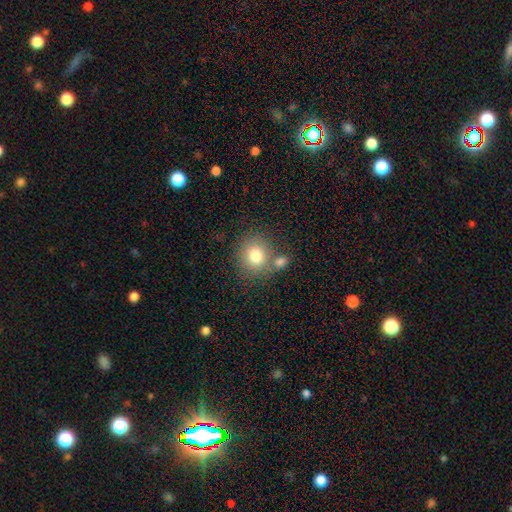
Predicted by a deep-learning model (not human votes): This appears to be a smooth galaxy with no disk features (78%) that is round (80%). Merging: none (65%).